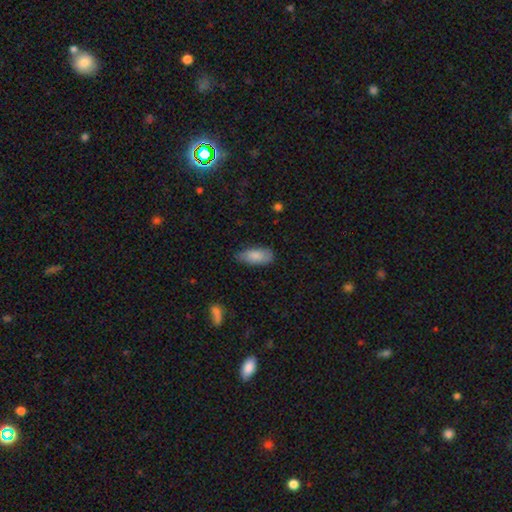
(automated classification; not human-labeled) Q: Smooth or featured?
A: smooth (84%); runner-up: featured or disk (10%)
Q: How rounded?
A: in between (87%); runner-up: cigar-shaped (11%)
Q: Merging?
A: none (68%); runner-up: minor disturbance (26%)